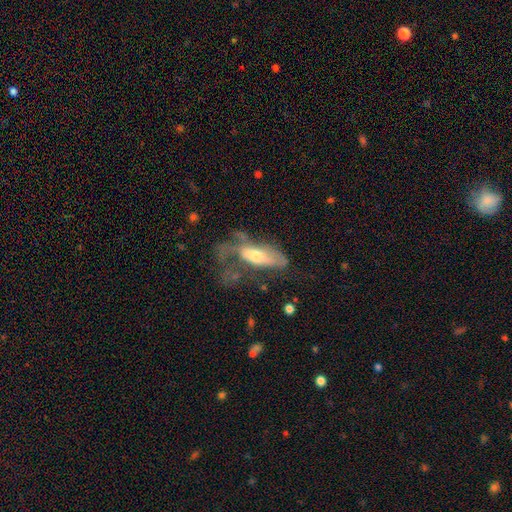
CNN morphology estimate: Smooth or featured? Predicted: featured or disk (p=0.51). Edge-on disk? Predicted: no (p=0.74). Merging? Predicted: major disturbance (p=0.53).